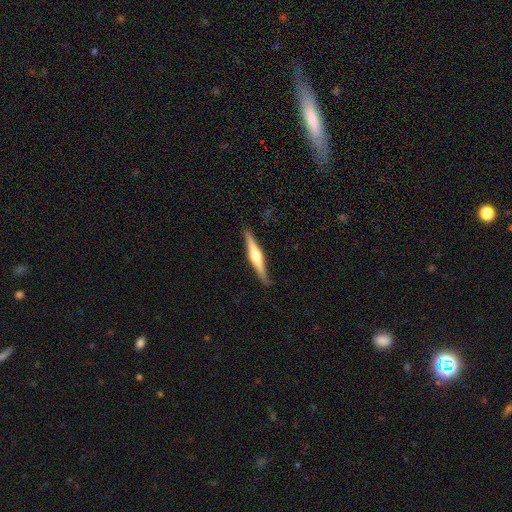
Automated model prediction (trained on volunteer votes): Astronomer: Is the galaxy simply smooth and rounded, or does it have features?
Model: featured or disk — 66%.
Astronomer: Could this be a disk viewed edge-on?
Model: yes — 97%.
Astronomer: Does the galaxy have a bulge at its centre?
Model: rounded — 83%.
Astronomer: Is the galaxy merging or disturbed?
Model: none — 84%.